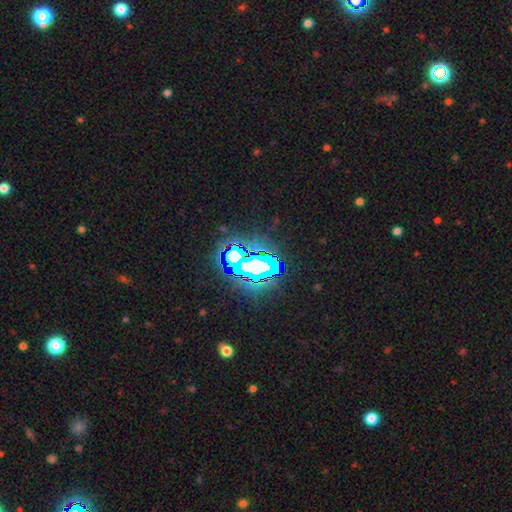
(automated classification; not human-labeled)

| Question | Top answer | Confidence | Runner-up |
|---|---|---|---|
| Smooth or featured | star or artifact | 80% | smooth (11%) |